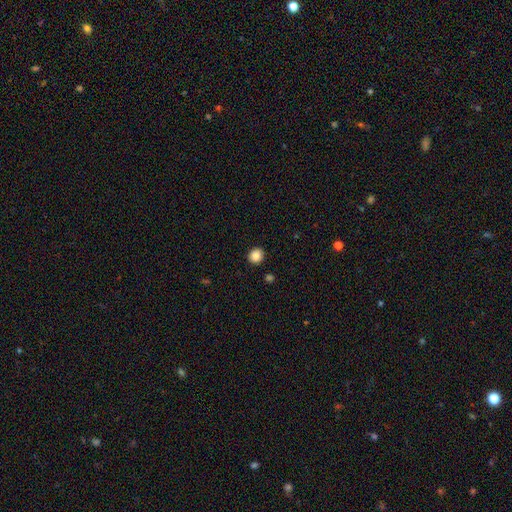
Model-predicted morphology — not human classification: smooth_or_featured: smooth (p=0.86) [alt: star or artifact p=0.10]
how_rounded: round (p=0.87) [alt: in between p=0.12]
merging: none (p=0.92) [alt: minor disturbance p=0.05]